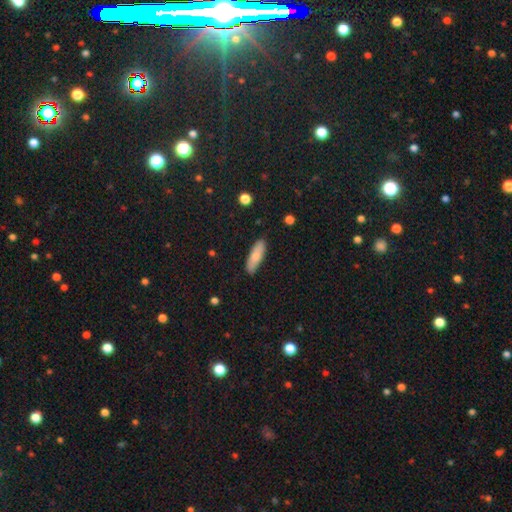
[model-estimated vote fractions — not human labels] This is clearly a smooth galaxy (80%). How rounded: possibly cigar-shaped (54%). Merging: clearly none (86%).